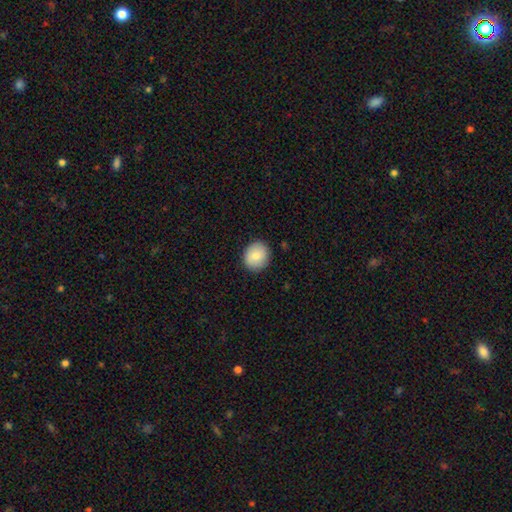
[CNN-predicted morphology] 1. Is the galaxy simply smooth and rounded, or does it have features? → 83% smooth, 10% featured or disk, 7% star or artifact.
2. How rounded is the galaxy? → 79% round, 21% in between, 1% cigar-shaped.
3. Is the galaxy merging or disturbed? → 89% none, 8% minor disturbance, 2% major disturbance, 1% merger.